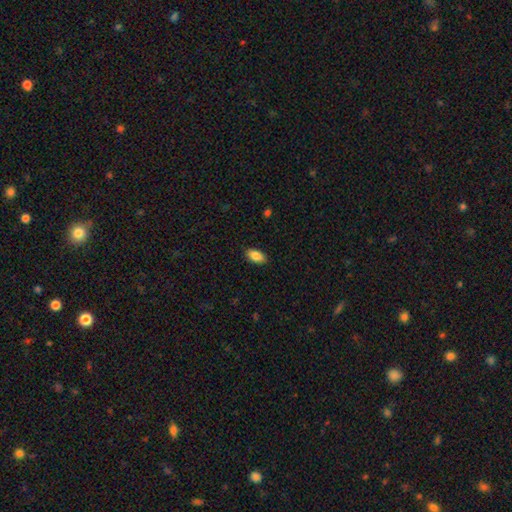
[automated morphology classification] Smooth or featured? Predicted: smooth (p=0.86). How rounded? Predicted: in between (p=0.93). Merging? Predicted: none (p=0.89).